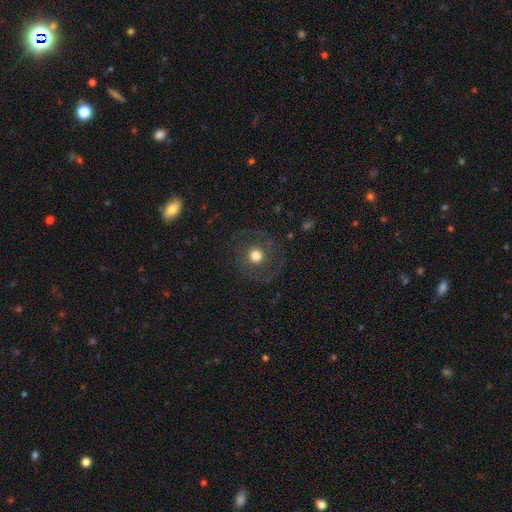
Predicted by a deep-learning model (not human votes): Smooth or featured?
  - smooth: 55% *
  - featured or disk: 33%
  - star or artifact: 12%
How rounded?
  - round: 91% *
  - in between: 8%
  - cigar-shaped: 1%
Merging?
  - none: 80% *
  - minor disturbance: 10%
  - major disturbance: 8%
  - merger: 1%